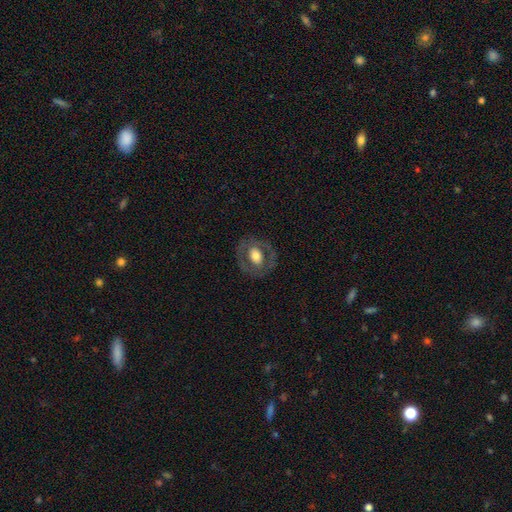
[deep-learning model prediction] Morphology: type=featured or disk (47%); merging=none (78%).